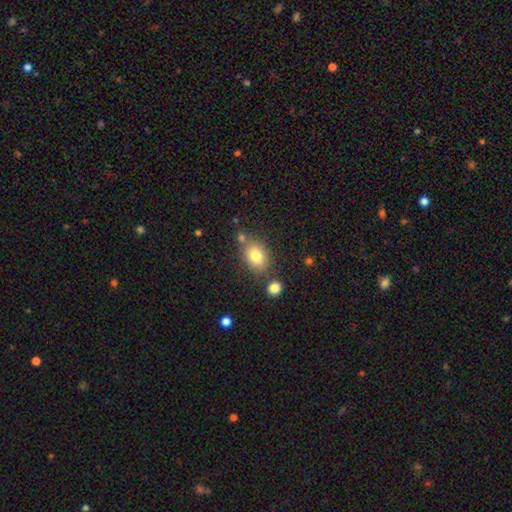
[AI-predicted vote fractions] The model was most divided on "how rounded": in between: 71%, round: 28%, cigar-shaped: 1%. More confident: smooth or featured — smooth (78%); merging — none (68%).